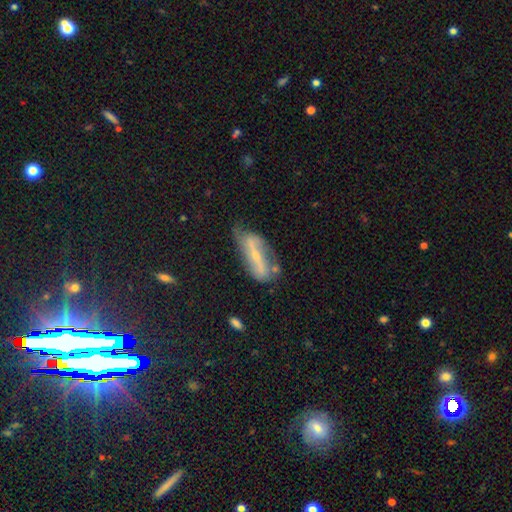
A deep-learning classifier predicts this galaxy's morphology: Q: Smooth or featured?
A: featured or disk (71%); runner-up: smooth (21%)
Q: Edge-on disk?
A: no (83%); runner-up: yes (17%)
Q: Bar?
A: strong (49%); runner-up: weak (27%)
Q: Spiral arms?
A: yes (82%); runner-up: no (18%)
Q: Bulge size?
A: small (67%); runner-up: moderate (26%)
Q: Merging?
A: none (50%); runner-up: minor disturbance (29%)